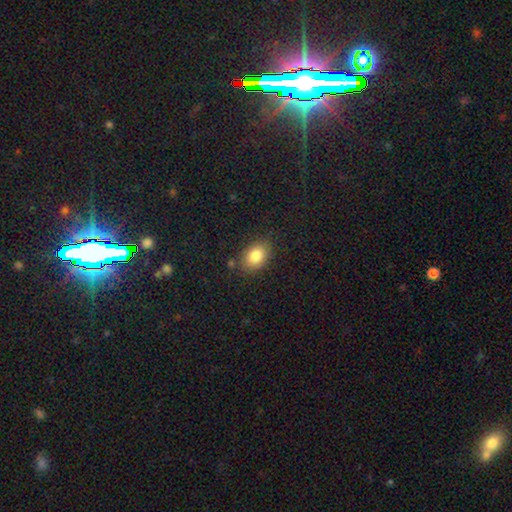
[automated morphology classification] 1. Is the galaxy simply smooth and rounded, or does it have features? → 84% smooth, 8% star or artifact, 8% featured or disk.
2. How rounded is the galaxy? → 83% in between, 16% round, 1% cigar-shaped.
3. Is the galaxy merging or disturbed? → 81% none, 13% minor disturbance, 3% major disturbance, 2% merger.